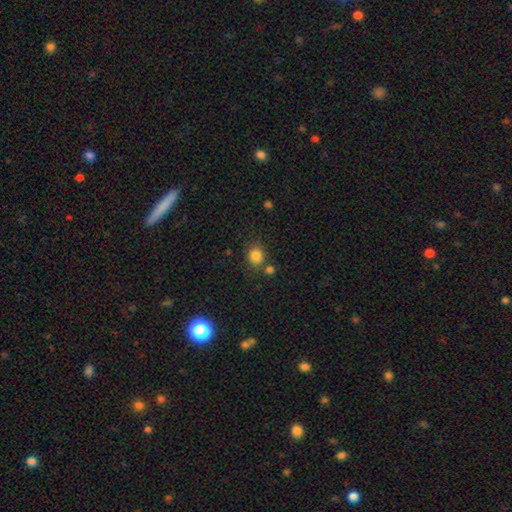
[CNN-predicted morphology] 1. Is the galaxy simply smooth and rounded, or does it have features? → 83% smooth, 12% star or artifact, 5% featured or disk.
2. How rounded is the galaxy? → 66% round, 33% in between, 1% cigar-shaped.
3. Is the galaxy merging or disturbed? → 69% none, 14% merger, 13% minor disturbance, 4% major disturbance.